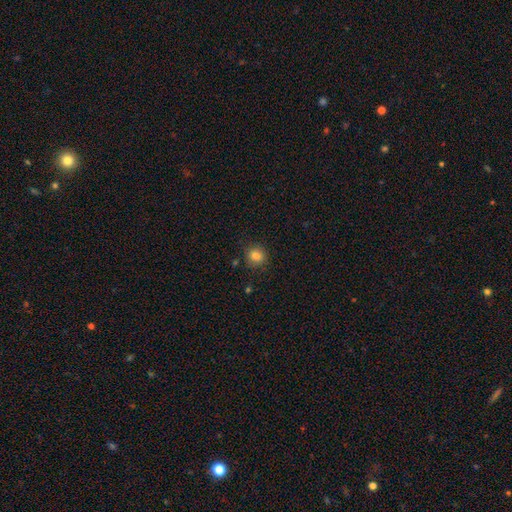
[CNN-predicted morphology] smooth 84%, star or artifact 12%, featured or disk 5%. Down the decision tree: how rounded — round (81%); merging — none (85%).